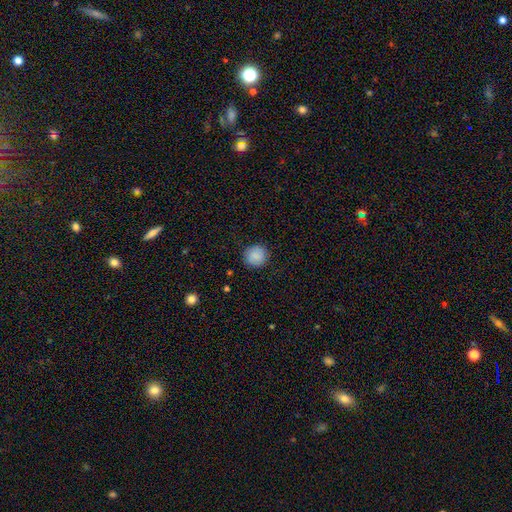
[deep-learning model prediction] Smooth or featured? smooth (88%)
How rounded? round (91%)
Merging? none (89%)